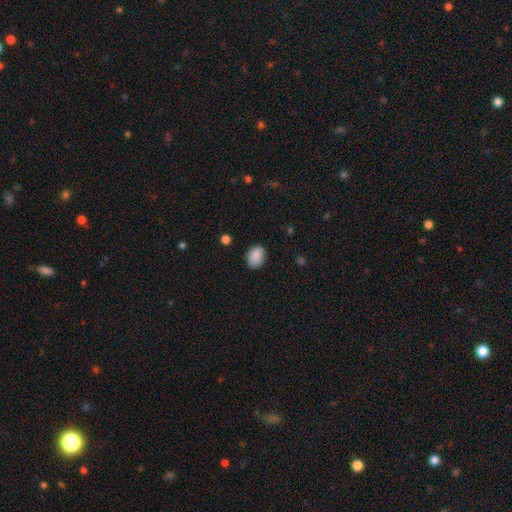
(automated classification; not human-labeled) Smooth or featured: smooth — 89% (star or artifact — 7%)
How rounded: in between — 75% (round — 24%)
Merging: none — 85% (minor disturbance — 12%)